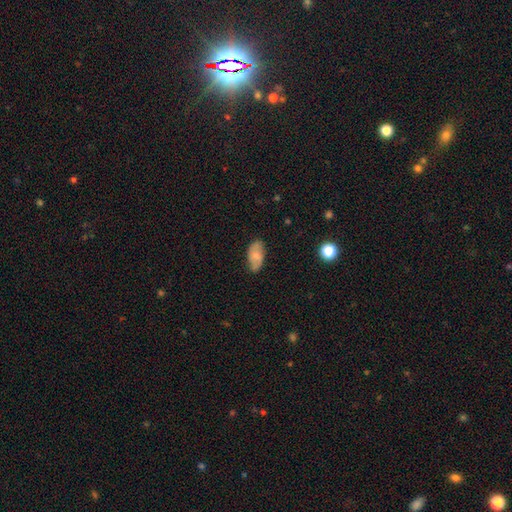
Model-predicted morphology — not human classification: smooth 60%, featured or disk 33%, star or artifact 7%. Down the decision tree: how rounded — in between (93%); merging — none (76%).